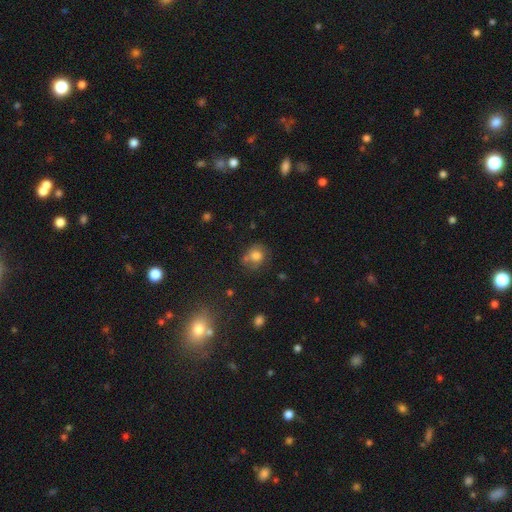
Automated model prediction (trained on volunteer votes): smooth-or-featured: smooth: 71% | featured or disk: 17% | star or artifact: 12%
  how-rounded: round: 78% | in between: 21% | cigar-shaped: 1%
  merging: none: 59% | minor disturbance: 21% | merger: 12% | major disturbance: 8%